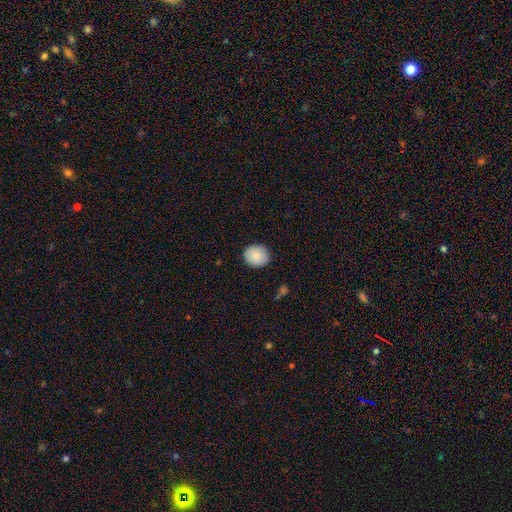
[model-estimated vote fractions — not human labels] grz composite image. It shows a smooth galaxy with no disk features (87%) that is round (74%). Merging: none (88%).